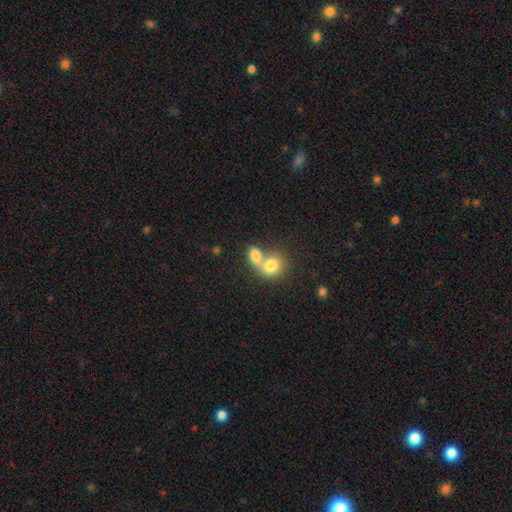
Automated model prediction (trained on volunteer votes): Smooth or featured? Predicted: smooth (p=0.78). How rounded? Predicted: in between (p=0.53). Merging? Predicted: merger (p=0.71).